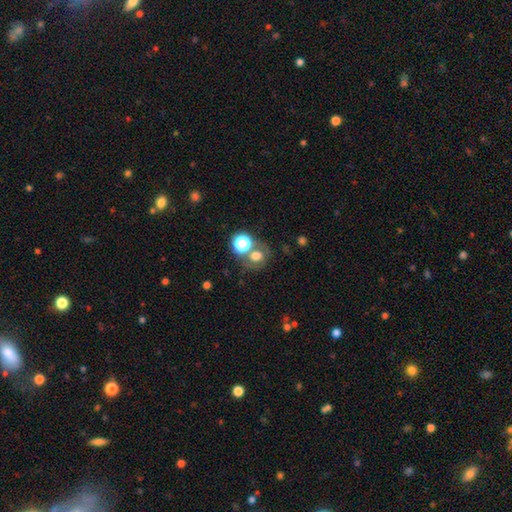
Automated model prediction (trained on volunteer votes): Smooth or featured? Predicted: smooth (p=0.62). How rounded? Predicted: round (p=0.71). Merging? Predicted: none (p=0.52).